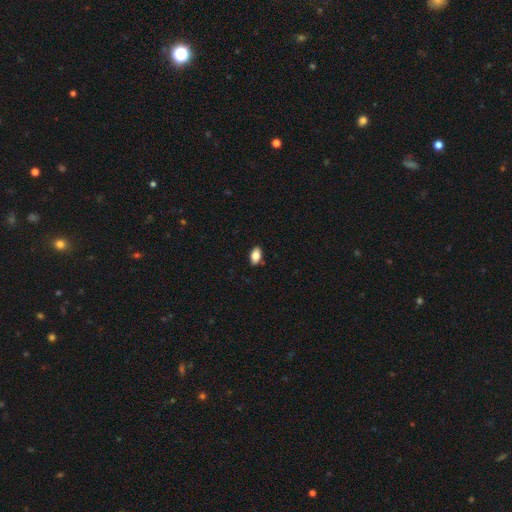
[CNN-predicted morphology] smooth_or_featured: smooth (p=0.83) [alt: featured or disk p=0.09]
how_rounded: in between (p=0.91) [alt: round p=0.06]
merging: none (p=0.86) [alt: minor disturbance p=0.11]